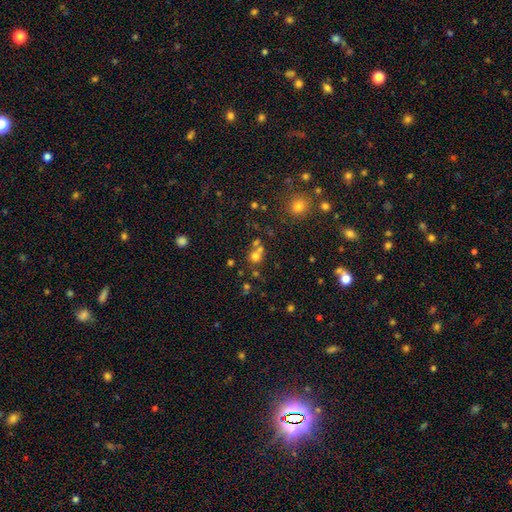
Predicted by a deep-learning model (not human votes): smooth_or_featured: smooth (p=0.68) [alt: star or artifact p=0.20]
how_rounded: round (p=0.85) [alt: in between p=0.14]
merging: none (p=0.51) [alt: merger p=0.38]